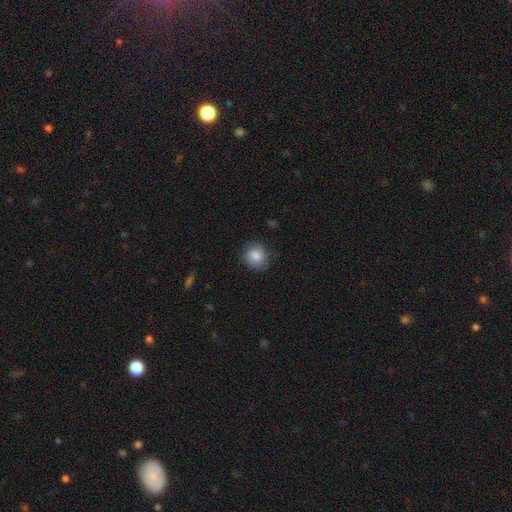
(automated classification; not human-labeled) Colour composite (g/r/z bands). It shows a smooth galaxy with no disk features (81%) that is round (81%). Merging: none (80%).